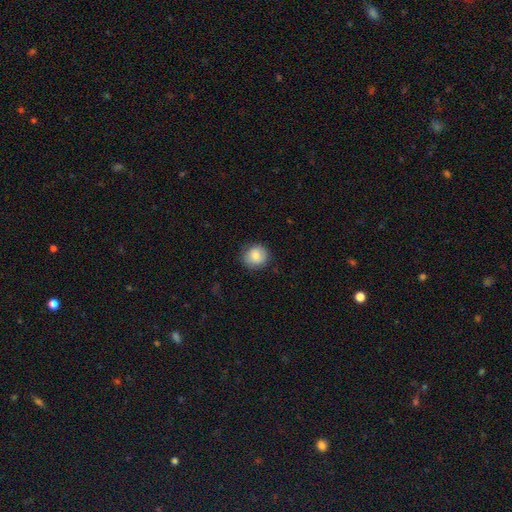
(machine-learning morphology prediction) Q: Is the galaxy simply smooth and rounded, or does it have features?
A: smooth — 83%.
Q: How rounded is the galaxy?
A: round — 85%.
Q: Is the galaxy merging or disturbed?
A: none — 84%.